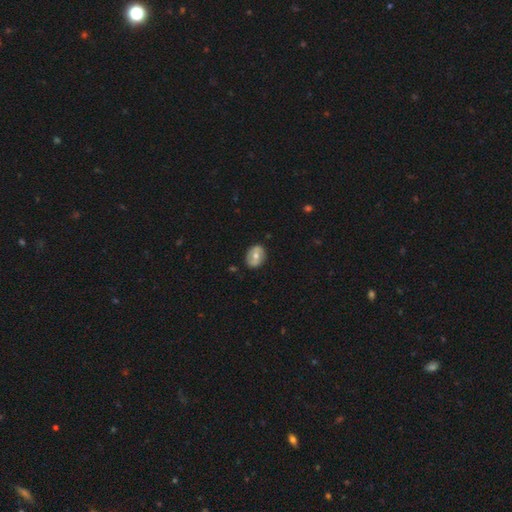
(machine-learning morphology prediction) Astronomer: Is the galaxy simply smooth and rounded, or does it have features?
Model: featured or disk — 50% (runner-up: smooth, 43%).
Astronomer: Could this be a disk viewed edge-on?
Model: no — 94%.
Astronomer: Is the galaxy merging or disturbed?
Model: none — 83%.